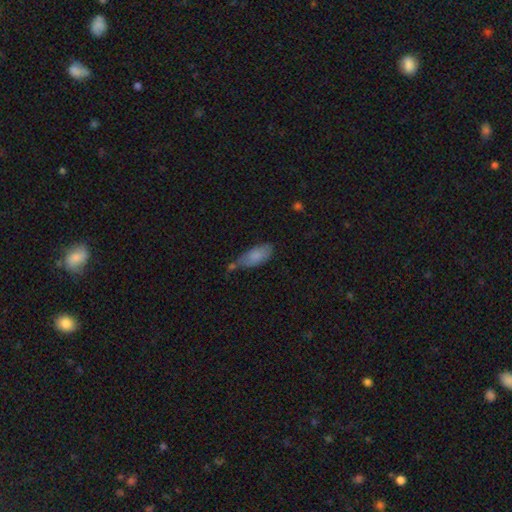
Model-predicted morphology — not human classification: Smooth or featured? Predicted: smooth (p=0.81). How rounded? Predicted: in between (p=0.85). Merging? Predicted: none (p=0.39).